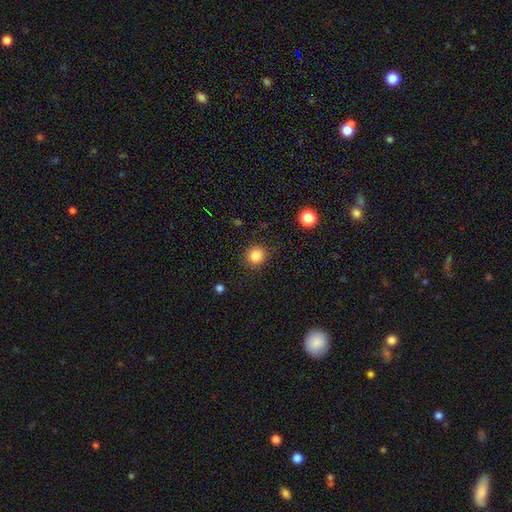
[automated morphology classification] A smooth galaxy with no disk features (86%) that is round (91%).

Vote fractions:
- Smooth or featured? smooth: 86% / star or artifact: 11% / featured or disk: 3%
- How rounded? round: 91% / in between: 8% / cigar-shaped: 1%
- Merging? none: 85% / minor disturbance: 10% / major disturbance: 3% / merger: 1%